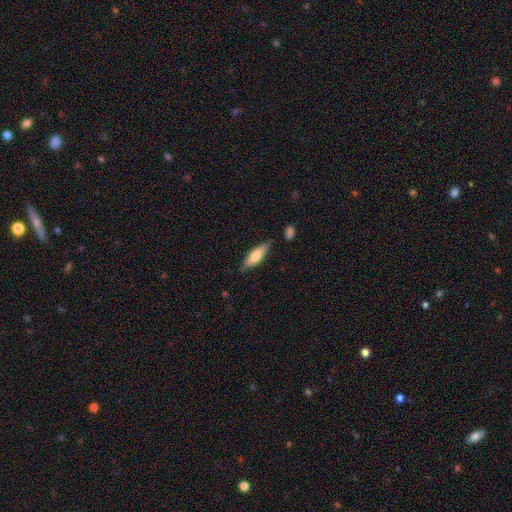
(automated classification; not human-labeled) Smooth or featured? smooth (60%)
How rounded? cigar-shaped (52%)
Merging? none (79%)